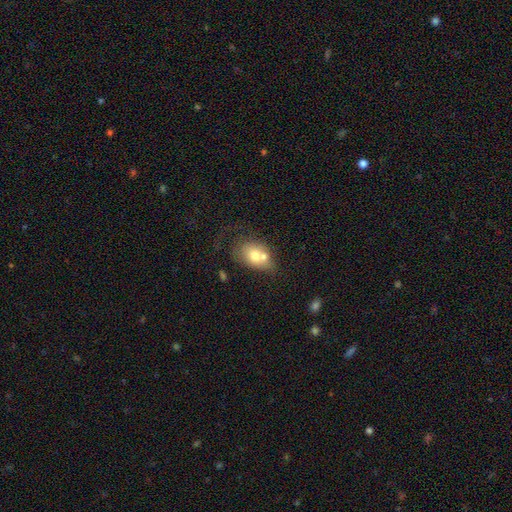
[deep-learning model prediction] Smooth or featured?
  - smooth: 65% *
  - featured or disk: 26%
  - star or artifact: 9%
How rounded?
  - in between: 72% *
  - round: 27%
  - cigar-shaped: 2%
Merging?
  - merger: 45% *
  - none: 29%
  - minor disturbance: 15%
  - major disturbance: 10%